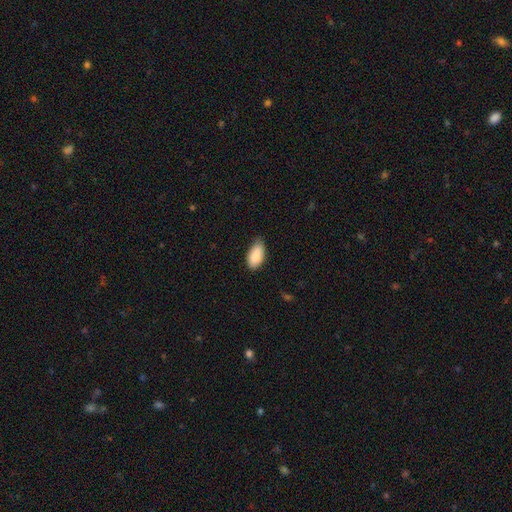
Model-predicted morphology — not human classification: Smooth or featured?
  - smooth: 89% *
  - star or artifact: 6%
  - featured or disk: 5%
How rounded?
  - in between: 93% *
  - cigar-shaped: 4%
  - round: 3%
Merging?
  - none: 68% *
  - minor disturbance: 27%
  - major disturbance: 3%
  - merger: 1%